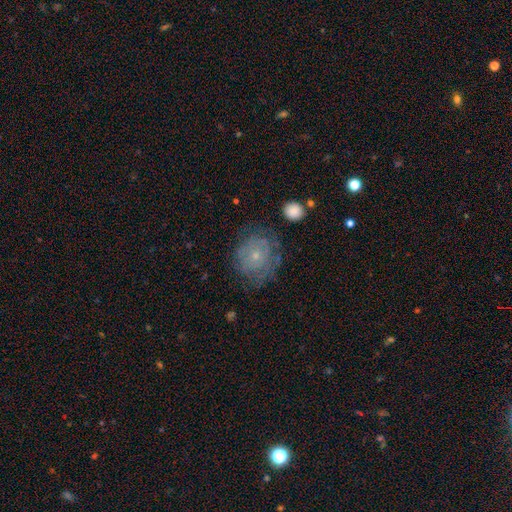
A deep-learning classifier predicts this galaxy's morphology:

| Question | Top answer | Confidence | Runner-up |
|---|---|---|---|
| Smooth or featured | smooth | 45% | tied: featured or disk (45%) |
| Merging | none | 63% | minor disturbance (23%) |